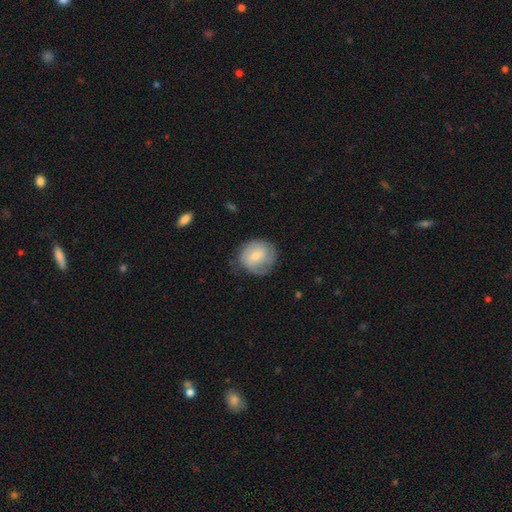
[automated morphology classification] This is possibly a smooth galaxy (50%). How rounded: likely round (78%). Merging: likely none (62%).